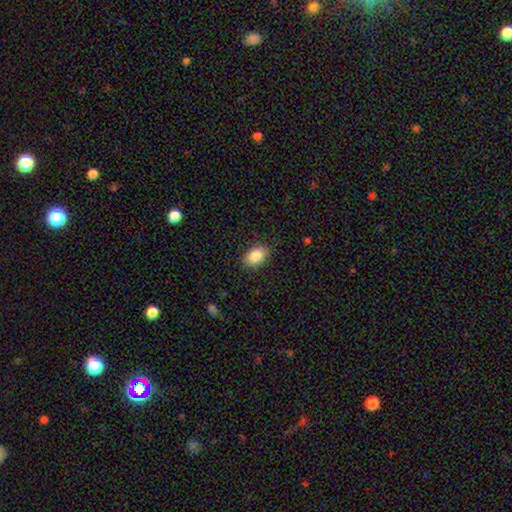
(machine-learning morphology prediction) Smooth or featured? Predicted: smooth (p=0.87). How rounded? Predicted: in between (p=0.90). Merging? Predicted: none (p=0.86).